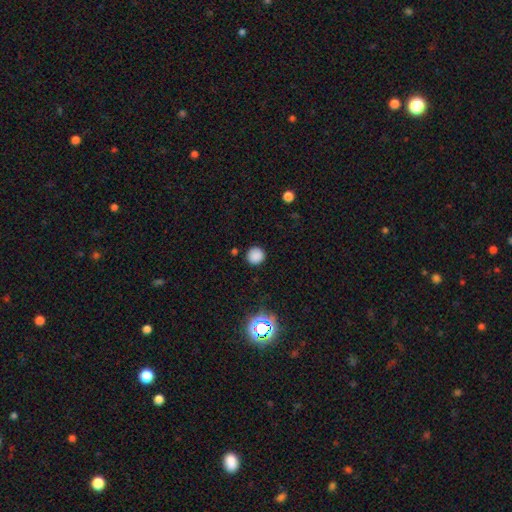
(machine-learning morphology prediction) The model was most divided on "smooth or featured": smooth: 81%, star or artifact: 15%, featured or disk: 4%. More confident: how rounded — round (94%); merging — none (89%).